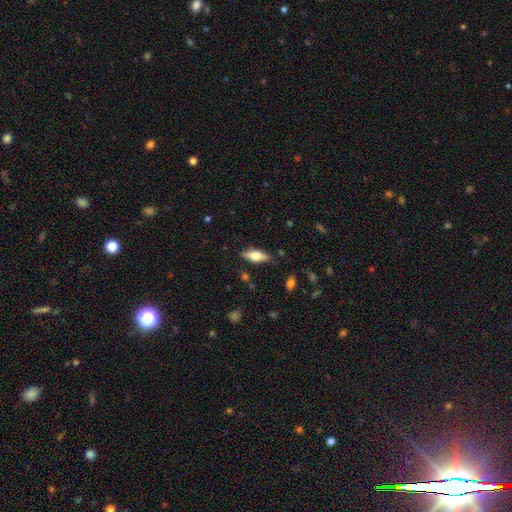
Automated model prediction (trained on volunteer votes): Smooth or featured? Predicted: smooth (p=0.47, tied with featured or disk). Merging? Predicted: none (p=0.84).